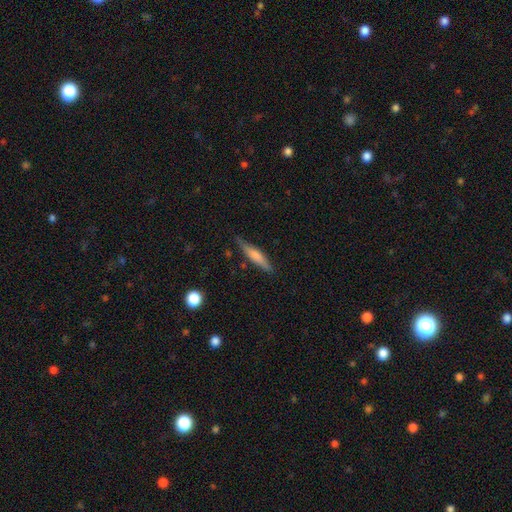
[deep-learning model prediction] This appears to be a smooth galaxy with no disk features (62%) that is cigar-shaped (84%). Merging: none (77%).